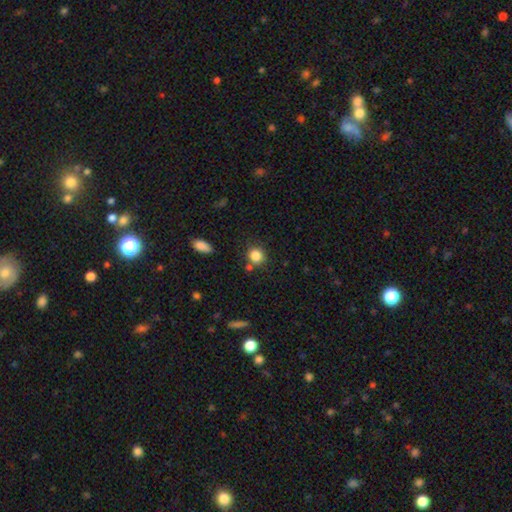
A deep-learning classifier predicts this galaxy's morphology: smooth-or-featured: smooth: 85% | star or artifact: 10% | featured or disk: 5%
  how-rounded: round: 83% | in between: 16% | cigar-shaped: 1%
  merging: none: 76% | minor disturbance: 12% | merger: 9% | major disturbance: 3%